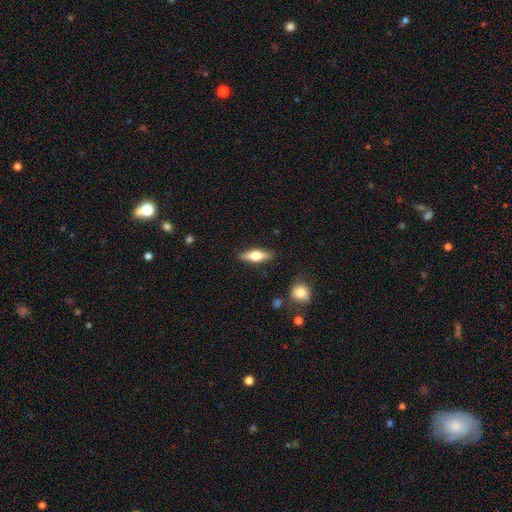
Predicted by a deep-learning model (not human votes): Morphology: type=smooth (52%); roundness=in between (49%); merging=none (87%).